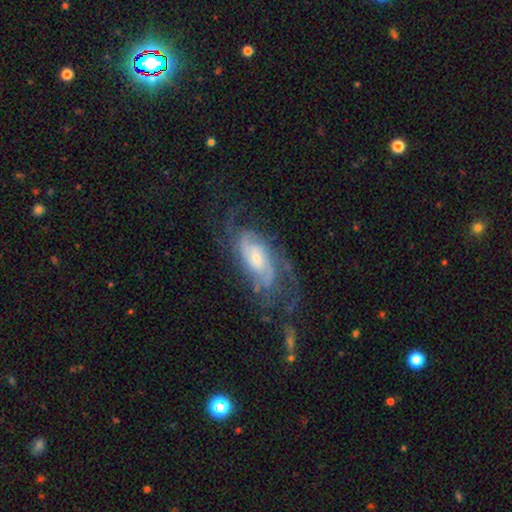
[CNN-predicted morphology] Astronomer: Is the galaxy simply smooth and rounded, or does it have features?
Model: featured or disk — 82%.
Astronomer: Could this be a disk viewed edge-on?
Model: no — 92%.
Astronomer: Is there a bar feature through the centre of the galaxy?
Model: no — 58%.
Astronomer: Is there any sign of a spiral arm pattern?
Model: yes — 93%.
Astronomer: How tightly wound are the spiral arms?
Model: tight — 45% (runner-up: medium, 39%).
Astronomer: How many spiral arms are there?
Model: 2 — 33% (runner-up: can't tell, 32%).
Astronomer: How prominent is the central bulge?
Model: small — 48% (runner-up: moderate, 43%).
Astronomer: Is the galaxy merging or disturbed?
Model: none — 61%.